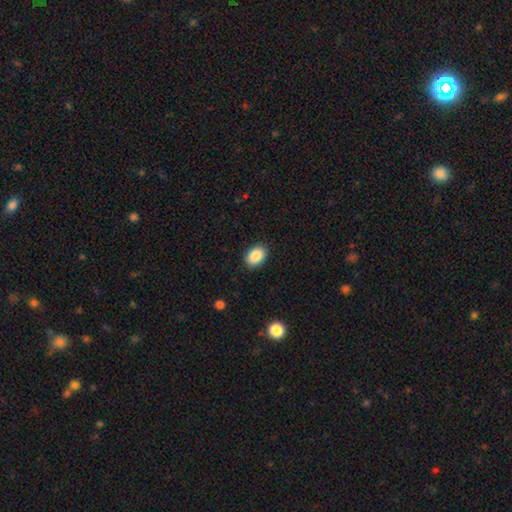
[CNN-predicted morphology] smooth_or_featured: smooth (p=0.89) [alt: star or artifact p=0.07]
how_rounded: in between (p=0.83) [alt: round p=0.16]
merging: none (p=0.89) [alt: minor disturbance p=0.08]